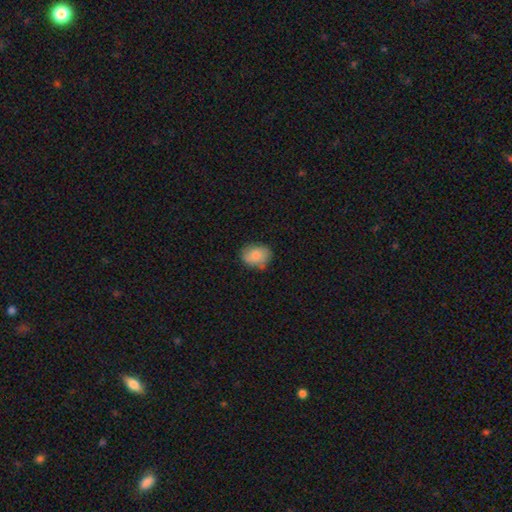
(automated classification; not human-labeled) A smooth galaxy with no disk features (81%) that is in between round and cigar-shaped (58%).

Vote fractions:
- Smooth or featured? smooth: 81% / featured or disk: 11% / star or artifact: 8%
- How rounded? in between: 58% / round: 41% / cigar-shaped: 1%
- Merging? none: 69% / minor disturbance: 23% / major disturbance: 5% / merger: 3%